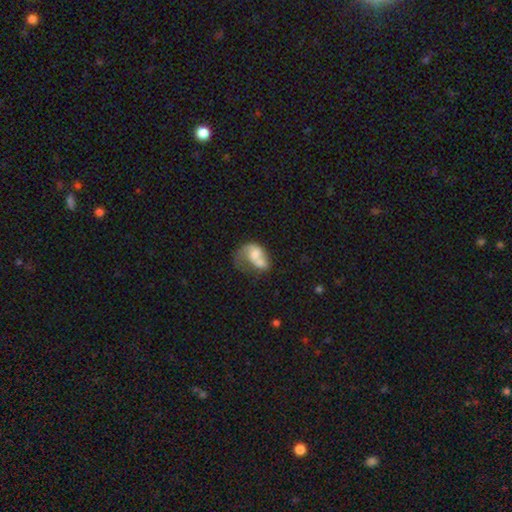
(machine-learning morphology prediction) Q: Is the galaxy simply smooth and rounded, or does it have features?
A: smooth — 46%, tied with featured or disk.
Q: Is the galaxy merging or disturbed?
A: merger — 39%.